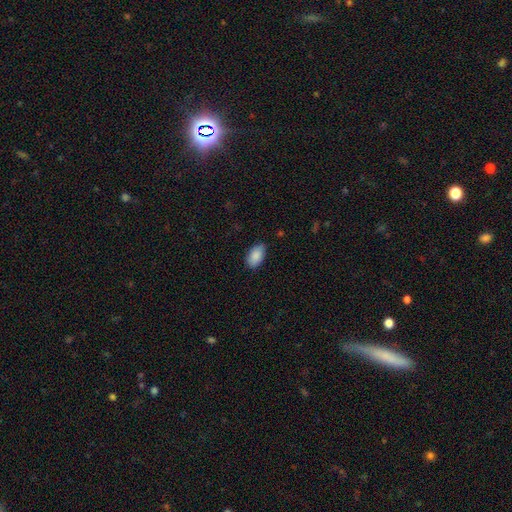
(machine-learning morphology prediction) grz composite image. It shows a smooth galaxy with no disk features (88%) that is in between round and cigar-shaped (94%). Merging: none (79%).